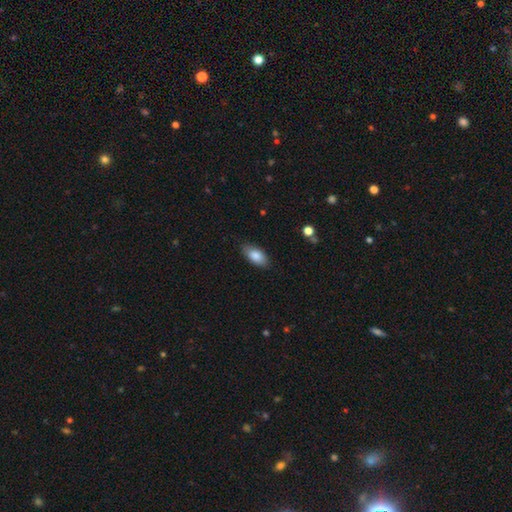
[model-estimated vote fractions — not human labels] A smooth galaxy with no disk features (85%) that is in between round and cigar-shaped (91%). Merging: none (85%).